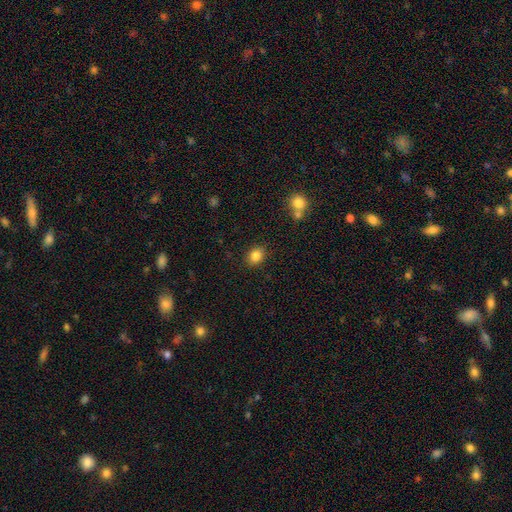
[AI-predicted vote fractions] The model was most divided on "how rounded": round: 51%, in between: 48%, cigar-shaped: 1%. More confident: merging — none (87%); smooth or featured — smooth (84%).